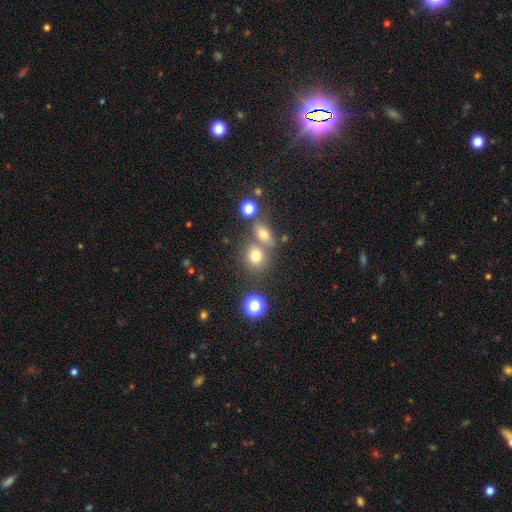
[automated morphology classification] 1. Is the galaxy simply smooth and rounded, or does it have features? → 74% smooth, 16% star or artifact, 10% featured or disk.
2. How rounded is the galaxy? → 74% round, 24% in between, 2% cigar-shaped.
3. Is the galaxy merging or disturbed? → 57% none, 29% merger, 10% minor disturbance, 4% major disturbance.